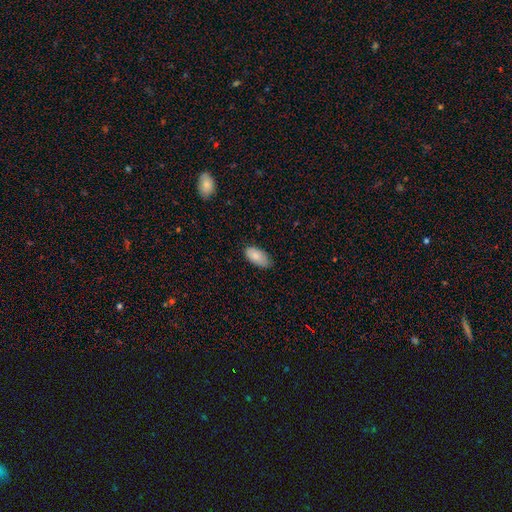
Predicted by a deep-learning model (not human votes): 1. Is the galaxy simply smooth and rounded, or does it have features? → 84% smooth, 9% featured or disk, 7% star or artifact.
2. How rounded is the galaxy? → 94% in between, 3% cigar-shaped, 3% round.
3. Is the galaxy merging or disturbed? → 73% none, 23% minor disturbance, 3% major disturbance, 1% merger.